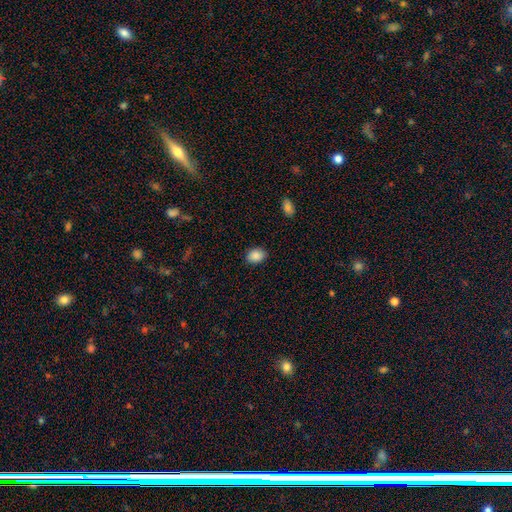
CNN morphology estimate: This appears to be a smooth galaxy with no disk features (88%) that is in between round and cigar-shaped (68%). Merging: none (87%).